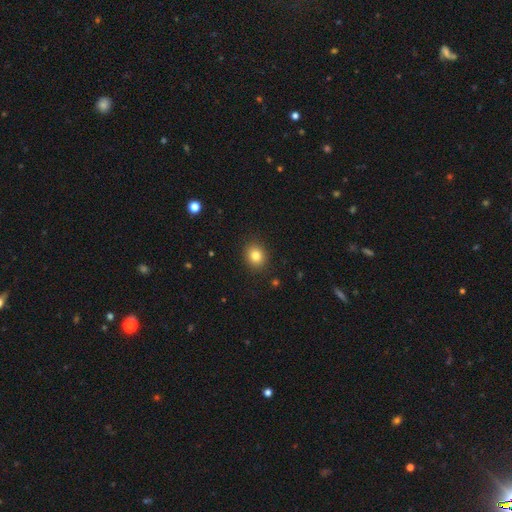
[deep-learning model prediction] Smooth or featured?
  - smooth: 81% *
  - star or artifact: 11%
  - featured or disk: 8%
How rounded?
  - round: 66% *
  - in between: 33%
  - cigar-shaped: 1%
Merging?
  - none: 89% *
  - minor disturbance: 7%
  - major disturbance: 2%
  - merger: 1%